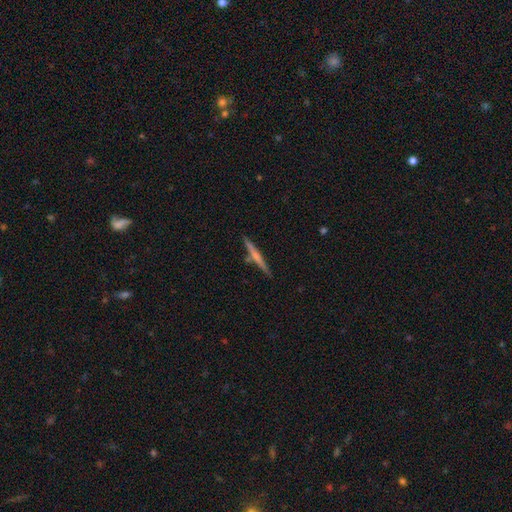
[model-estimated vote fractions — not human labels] Q: Smooth or featured?
A: featured or disk (51%); runner-up: smooth (43%)
Q: Edge-on disk?
A: yes (97%); runner-up: no (3%)
Q: Merging?
A: none (80%); runner-up: minor disturbance (10%)